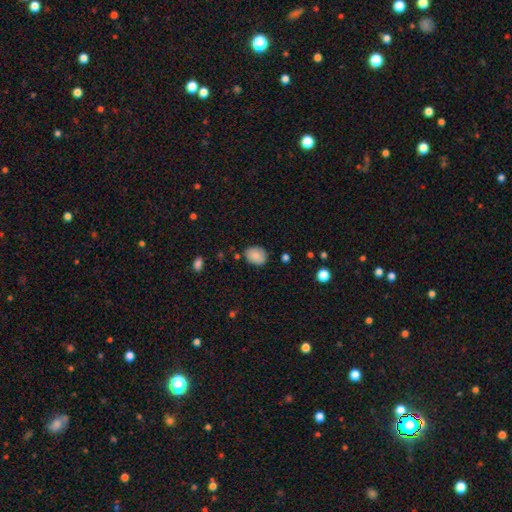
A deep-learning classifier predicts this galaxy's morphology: This is clearly a smooth galaxy (85%). How rounded: likely in between (62%). Merging: likely none (79%).